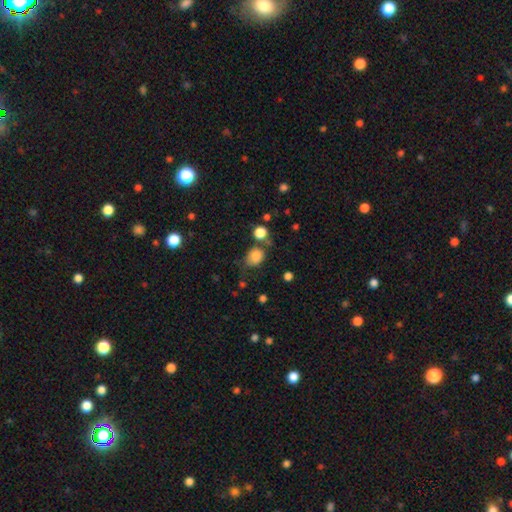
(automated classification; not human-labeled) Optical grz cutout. It shows a smooth galaxy with no disk features (83%) that is round (61%). Merging: none (56%).